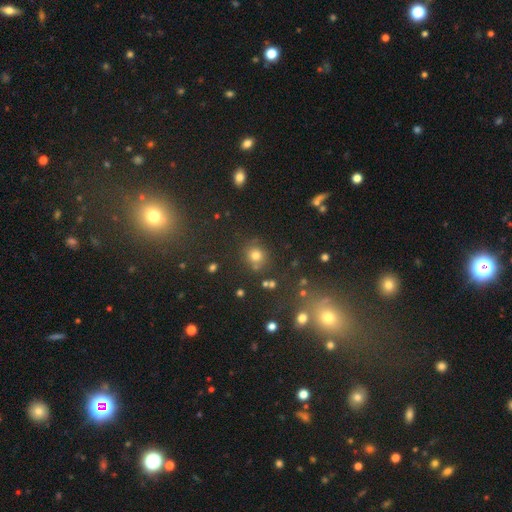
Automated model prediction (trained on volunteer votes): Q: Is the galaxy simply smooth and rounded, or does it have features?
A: smooth — 72%.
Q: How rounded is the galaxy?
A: round — 85%.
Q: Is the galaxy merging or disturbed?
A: none — 76%.